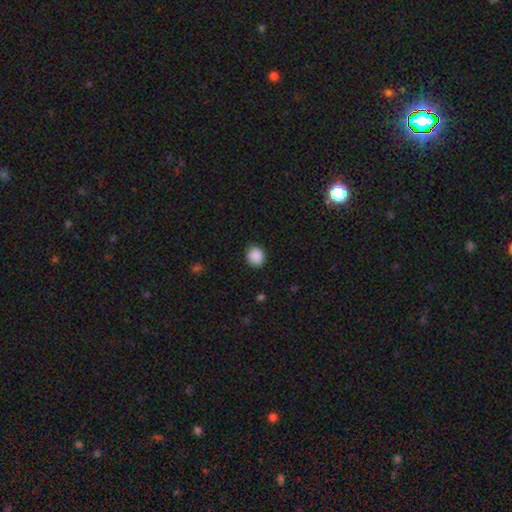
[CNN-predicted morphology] This appears to be a smooth galaxy with no disk features (89%) that is round (81%). Merging: none (89%).